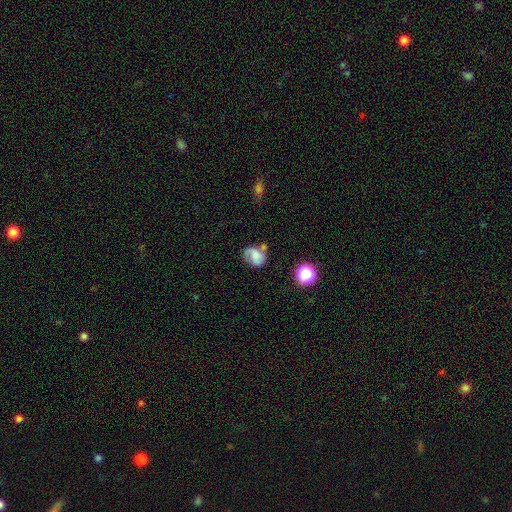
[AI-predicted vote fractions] Q: Smooth or featured?
A: smooth (55%); runner-up: featured or disk (34%)
Q: How rounded?
A: in between (55%); runner-up: round (44%)
Q: Merging?
A: none (45%); runner-up: minor disturbance (28%)